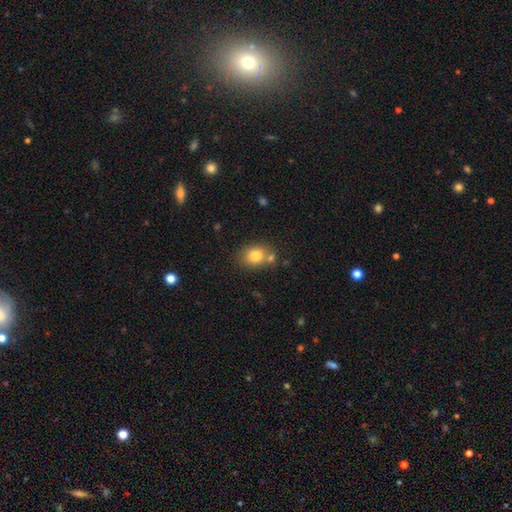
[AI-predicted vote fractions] The model was most divided on "how rounded": round: 50%, in between: 49%, cigar-shaped: 1%. More confident: smooth or featured — smooth (79%); merging — none (66%).